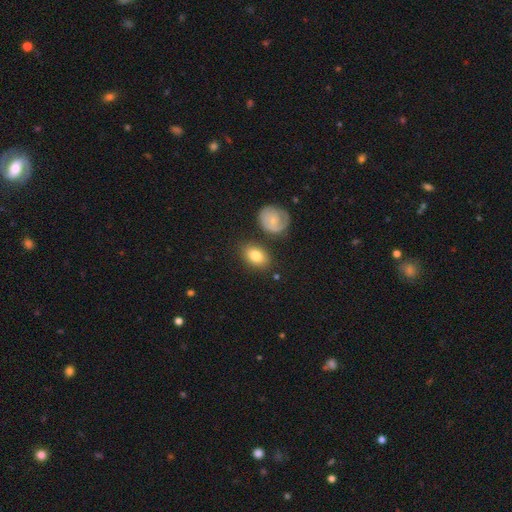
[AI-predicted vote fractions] A smooth galaxy with no disk features (78%) that is in between round and cigar-shaped (80%).

Vote fractions:
- Smooth or featured? smooth: 78% / featured or disk: 14% / star or artifact: 7%
- How rounded? in between: 80% / round: 18% / cigar-shaped: 2%
- Merging? none: 77% / minor disturbance: 14% / merger: 5% / major disturbance: 4%